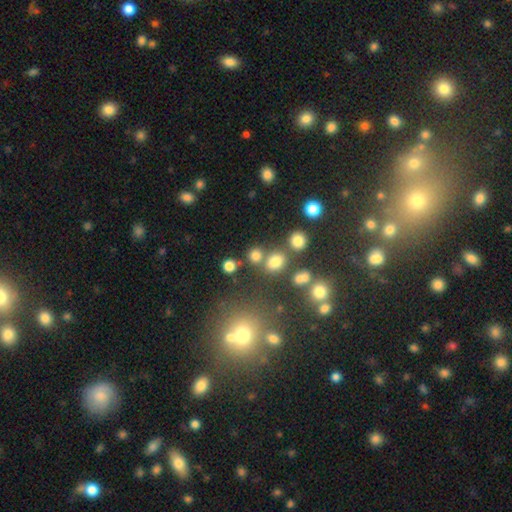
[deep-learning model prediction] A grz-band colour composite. It shows a smooth galaxy with no disk features (74%) that is round (72%). Merging: none (63%).